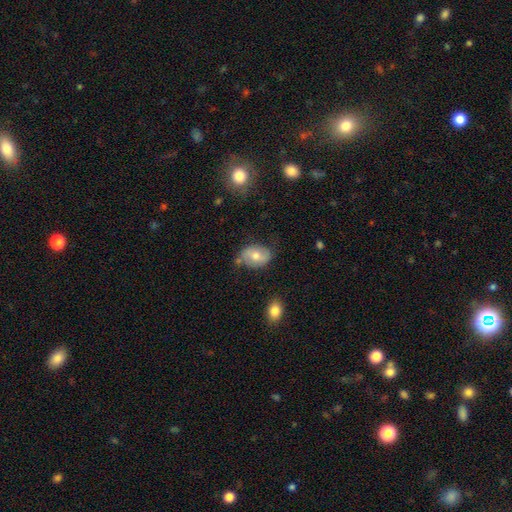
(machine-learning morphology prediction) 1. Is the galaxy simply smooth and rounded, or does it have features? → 57% smooth, 36% featured or disk, 8% star or artifact.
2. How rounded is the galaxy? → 70% in between, 29% round, 1% cigar-shaped.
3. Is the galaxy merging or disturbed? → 66% none, 23% minor disturbance, 6% major disturbance, 5% merger.